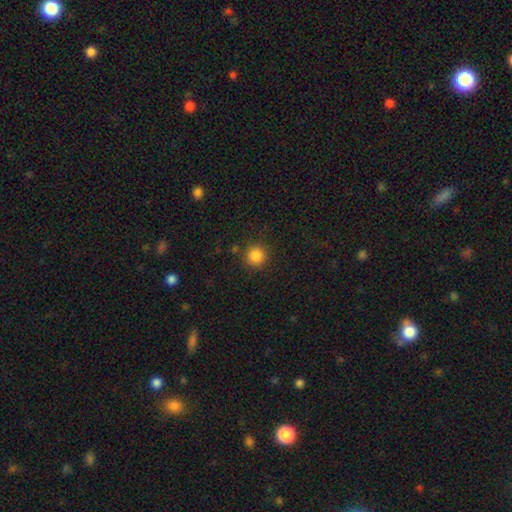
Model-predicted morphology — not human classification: Smooth or featured? smooth (85%)
How rounded? round (94%)
Merging? none (88%)